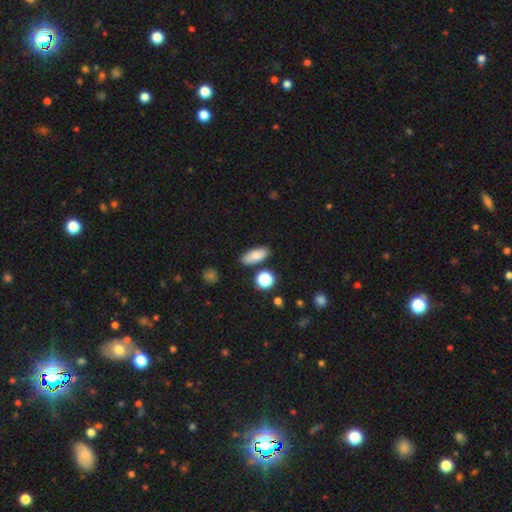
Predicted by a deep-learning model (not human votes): smooth-or-featured: smooth: 82% | star or artifact: 10% | featured or disk: 9%
  how-rounded: in between: 76% | cigar-shaped: 18% | round: 6%
  merging: none: 80% | minor disturbance: 12% | merger: 5% | major disturbance: 3%